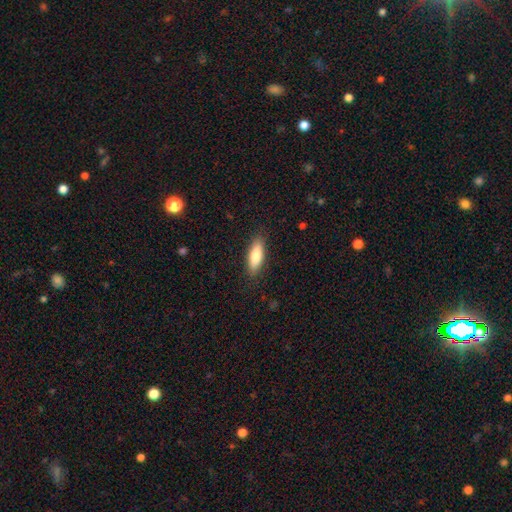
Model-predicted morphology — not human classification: type=smooth (80%); roundness=in between (60%); merging=none (86%).